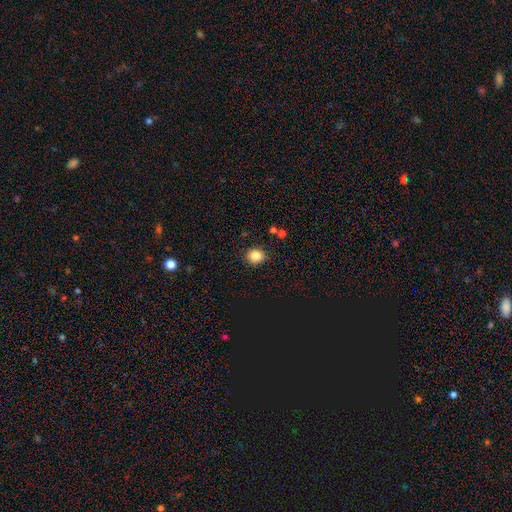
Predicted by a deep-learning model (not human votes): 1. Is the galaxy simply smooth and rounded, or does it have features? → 84% smooth, 12% star or artifact, 4% featured or disk.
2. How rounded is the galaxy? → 80% round, 19% in between, 1% cigar-shaped.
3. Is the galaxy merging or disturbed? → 86% none, 9% minor disturbance, 3% merger, 2% major disturbance.